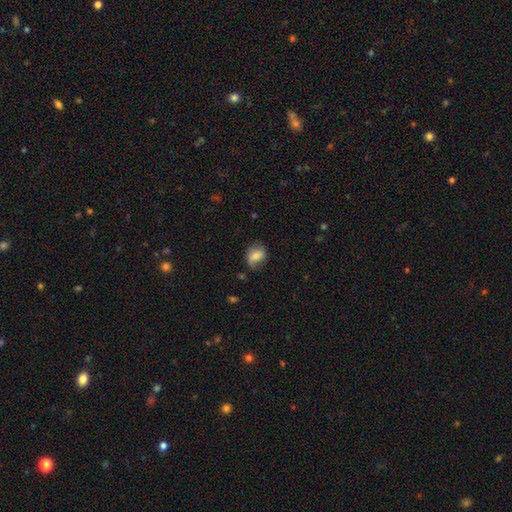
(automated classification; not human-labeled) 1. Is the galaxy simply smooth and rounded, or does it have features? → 72% smooth, 19% featured or disk, 8% star or artifact.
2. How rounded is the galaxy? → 57% in between, 42% round, 1% cigar-shaped.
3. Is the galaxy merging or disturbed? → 62% none, 28% minor disturbance, 8% major disturbance, 2% merger.